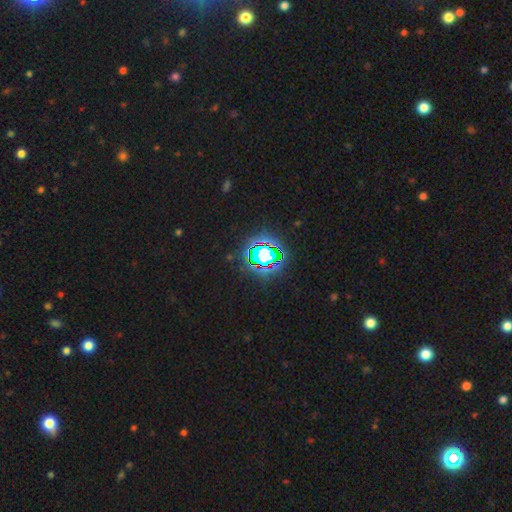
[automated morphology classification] Smooth or featured: star or artifact — 78% (smooth — 14%)